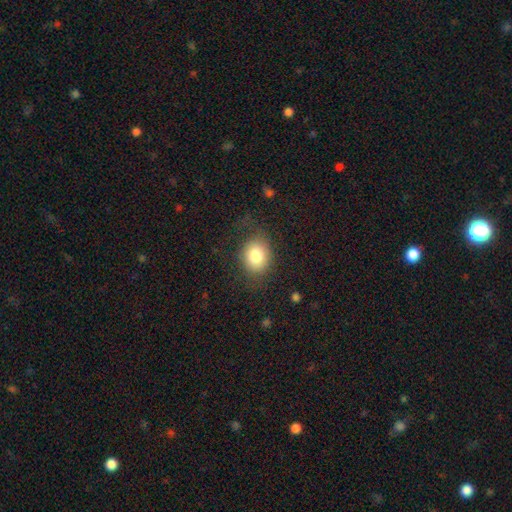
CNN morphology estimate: A smooth galaxy with no disk features (80%) that is in between round and cigar-shaped (50%). Merging: none (67%).